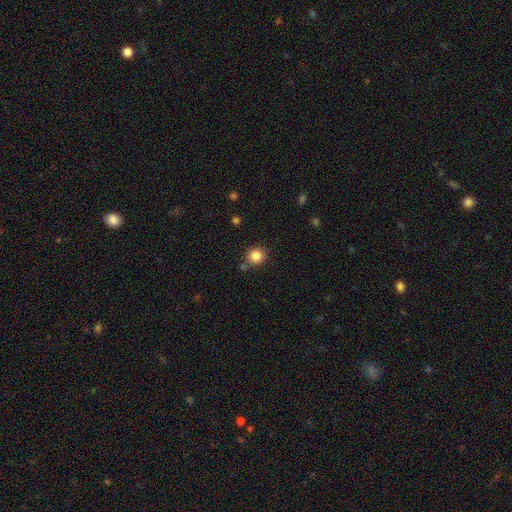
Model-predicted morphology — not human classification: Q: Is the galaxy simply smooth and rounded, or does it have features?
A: smooth — 85%.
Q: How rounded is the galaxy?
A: round — 89%.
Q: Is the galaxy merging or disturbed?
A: none — 80%.